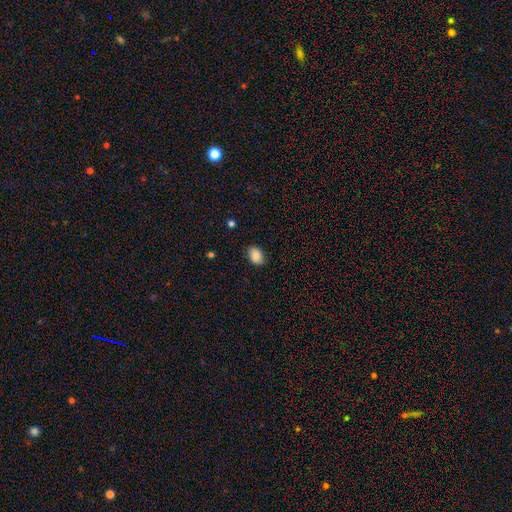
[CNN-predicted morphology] Smooth or featured? Predicted: smooth (p=0.85). How rounded? Predicted: in between (p=0.83). Merging? Predicted: none (p=0.85).